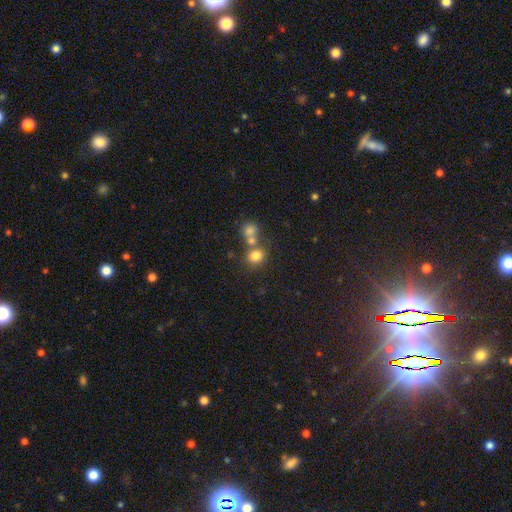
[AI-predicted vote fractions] This appears to be a smooth galaxy with no disk features (78%) that is round (68%). Merging: none (53%).